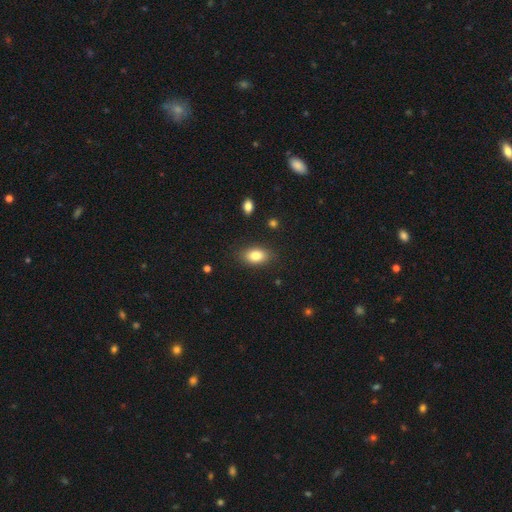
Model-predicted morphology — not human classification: Smooth or featured? smooth (83%)
How rounded? in between (88%)
Merging? none (85%)